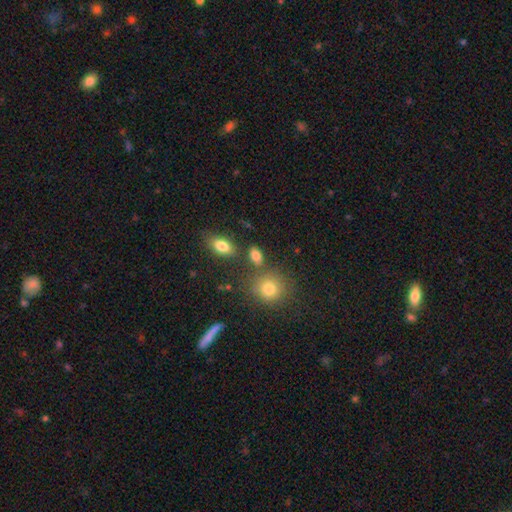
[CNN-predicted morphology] Smooth or featured? Predicted: smooth (p=0.80). How rounded? Predicted: in between (p=0.79). Merging? Predicted: none (p=0.72).